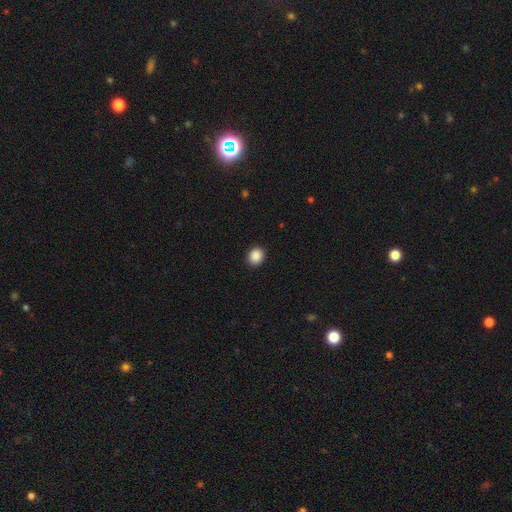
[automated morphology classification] smooth-or-featured: smooth: 88% | star or artifact: 9% | featured or disk: 3%
  how-rounded: round: 67% | in between: 32% | cigar-shaped: 1%
  merging: none: 92% | minor disturbance: 6% | major disturbance: 2% | merger: 1%